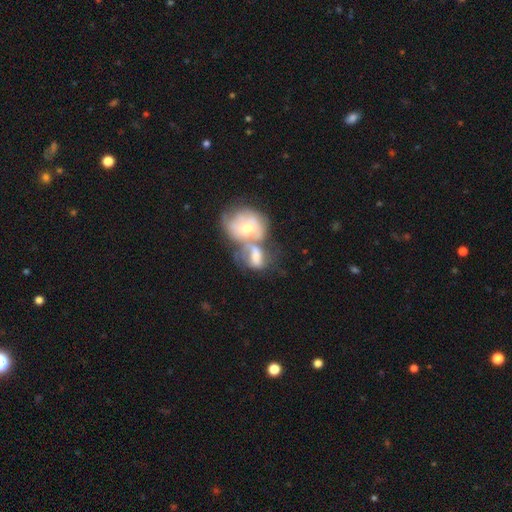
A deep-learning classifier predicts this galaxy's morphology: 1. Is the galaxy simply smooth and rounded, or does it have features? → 53% featured or disk, 39% smooth, 8% star or artifact.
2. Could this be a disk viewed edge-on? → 96% no, 4% yes.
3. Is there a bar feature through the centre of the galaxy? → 60% no, 28% weak, 12% strong.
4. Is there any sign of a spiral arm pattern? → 57% yes, 43% no.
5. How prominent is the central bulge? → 55% moderate, 28% small, 10% large, 5% none, 2% dominant.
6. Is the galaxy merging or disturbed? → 71% merger, 13% none, 9% major disturbance, 8% minor disturbance.